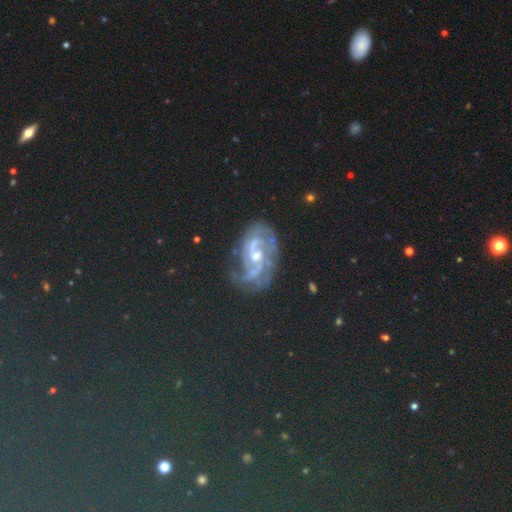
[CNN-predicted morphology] Smooth or featured?
  - featured or disk: 46% *
  - star or artifact: 37%
  - smooth: 17%
Merging?
  - none: 65% *
  - minor disturbance: 19%
  - major disturbance: 12%
  - merger: 4%